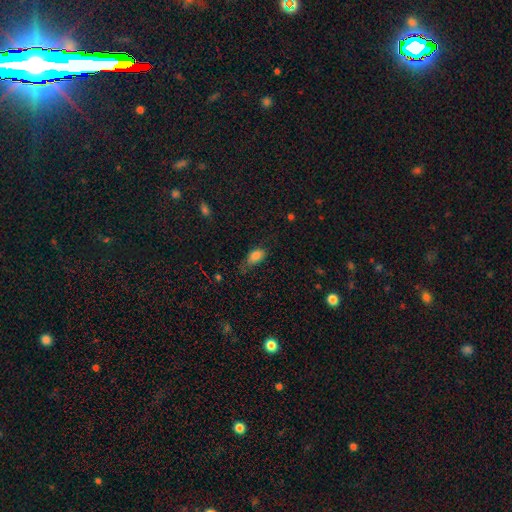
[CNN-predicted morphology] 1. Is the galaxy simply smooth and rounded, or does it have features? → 83% smooth, 10% star or artifact, 7% featured or disk.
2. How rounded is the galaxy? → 88% in between, 8% round, 4% cigar-shaped.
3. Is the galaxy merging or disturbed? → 46% none, 36% minor disturbance, 15% major disturbance, 2% merger.